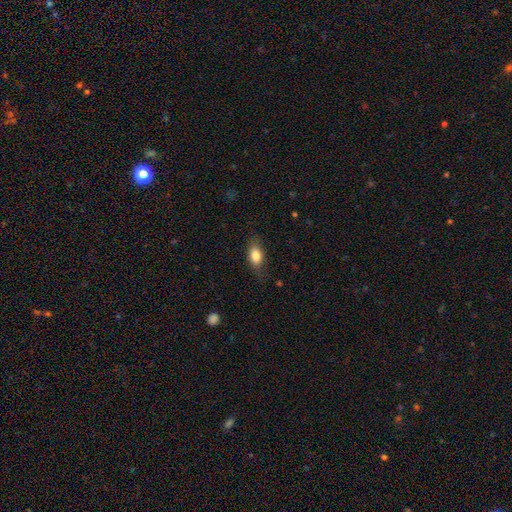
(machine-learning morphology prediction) A smooth galaxy with no disk features (82%) that is in between round and cigar-shaped (85%). Merging: none (75%).